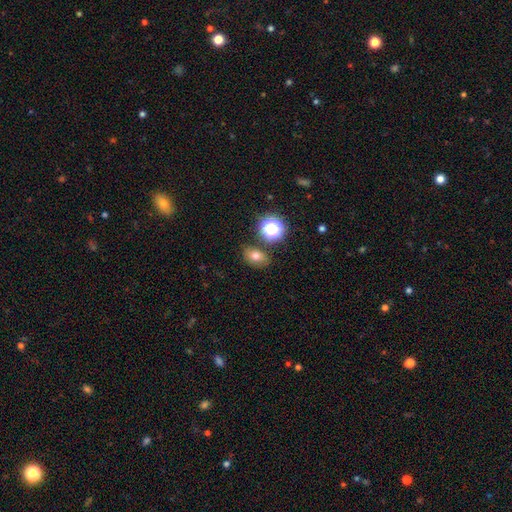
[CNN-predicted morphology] Smooth or featured?
  - smooth: 68% *
  - star or artifact: 18%
  - featured or disk: 14%
How rounded?
  - in between: 69% *
  - round: 30%
  - cigar-shaped: 2%
Merging?
  - none: 79% *
  - minor disturbance: 12%
  - merger: 7%
  - major disturbance: 3%